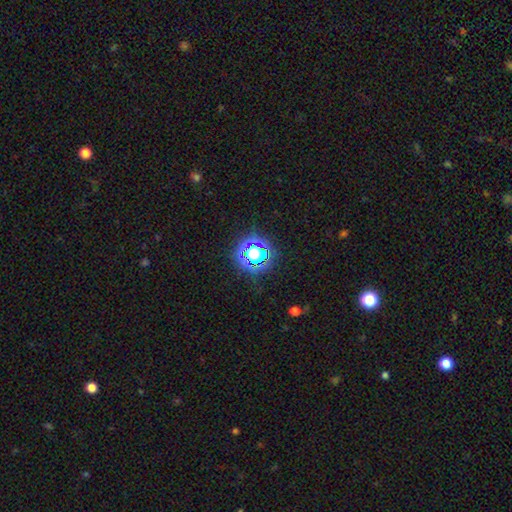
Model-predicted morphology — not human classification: A star or artifact, not a galaxy (60%).

Vote fractions:
- Smooth or featured? star or artifact: 60% / smooth: 28% / featured or disk: 12%